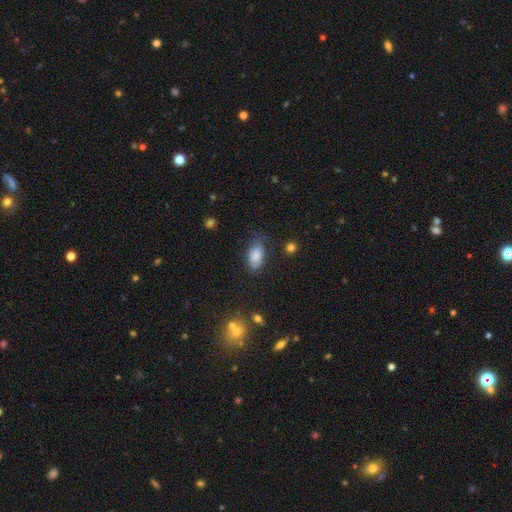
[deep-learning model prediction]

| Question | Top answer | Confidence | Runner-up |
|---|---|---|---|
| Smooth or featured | smooth | 84% | star or artifact (8%) |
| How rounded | in between | 92% | round (5%) |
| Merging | none | 64% | minor disturbance (26%) |